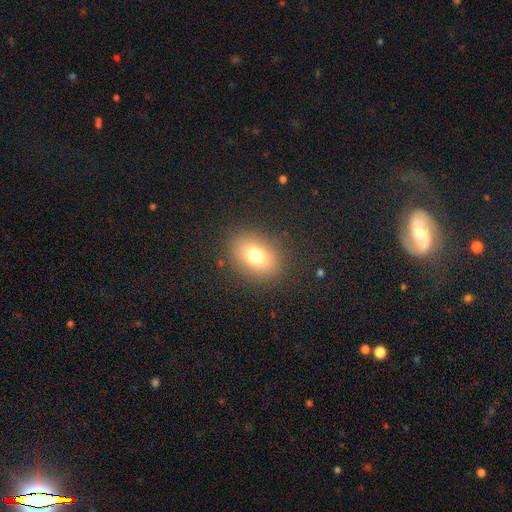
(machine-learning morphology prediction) Q: Smooth or featured?
A: smooth (75%); runner-up: star or artifact (13%)
Q: How rounded?
A: in between (64%); runner-up: round (35%)
Q: Merging?
A: none (85%); runner-up: minor disturbance (9%)